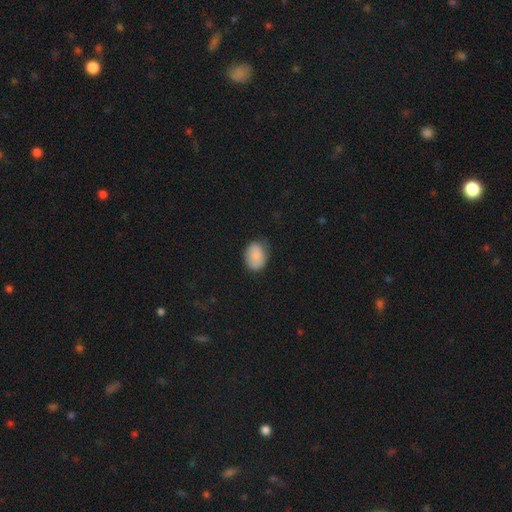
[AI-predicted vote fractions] Smooth or featured? Predicted: smooth (p=0.87). How rounded? Predicted: in between (p=0.67). Merging? Predicted: none (p=0.72).